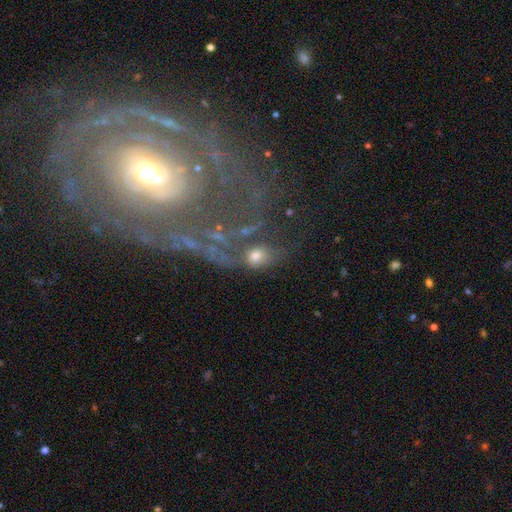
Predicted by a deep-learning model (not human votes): A smooth galaxy with no disk features (49%). Merging: none (50%).